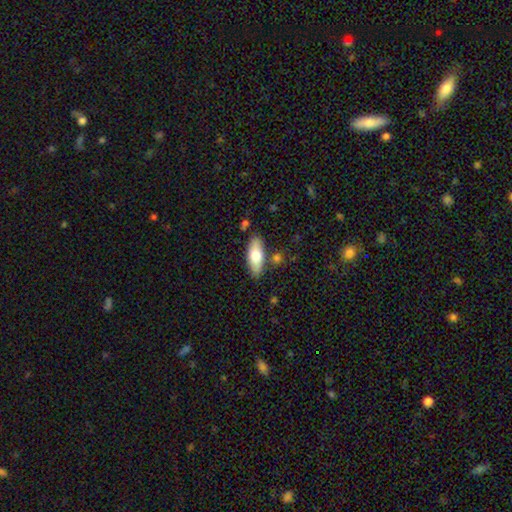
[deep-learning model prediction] This is likely a smooth galaxy (71%). How rounded: likely in between (73%). Merging: clearly none (81%).